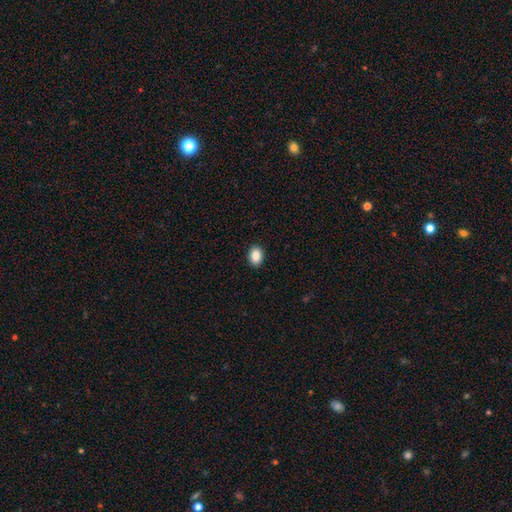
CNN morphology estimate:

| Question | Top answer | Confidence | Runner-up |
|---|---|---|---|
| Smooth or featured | smooth | 87% | star or artifact (8%) |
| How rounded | in between | 73% | round (26%) |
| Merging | none | 91% | minor disturbance (6%) |